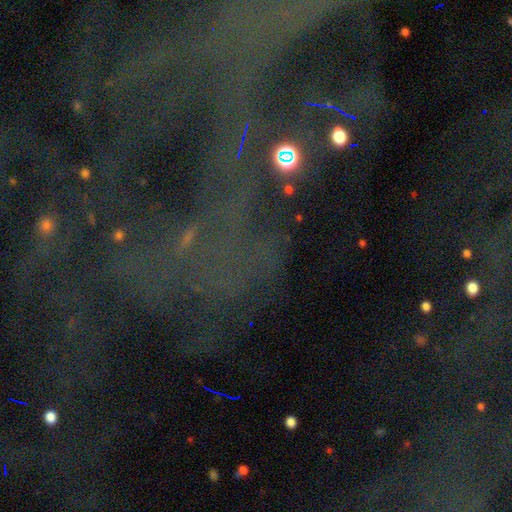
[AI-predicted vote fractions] smooth-or-featured: star or artifact: 74% | featured or disk: 16% | smooth: 11%